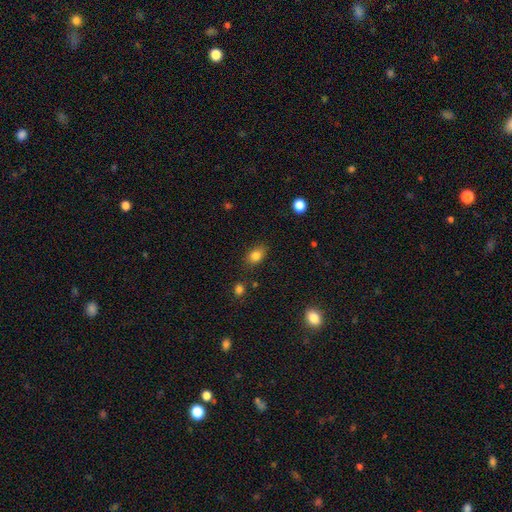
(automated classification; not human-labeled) smooth-or-featured: smooth: 82% | star or artifact: 10% | featured or disk: 8%
  how-rounded: in between: 75% | round: 24% | cigar-shaped: 2%
  merging: none: 82% | minor disturbance: 13% | major disturbance: 3% | merger: 2%